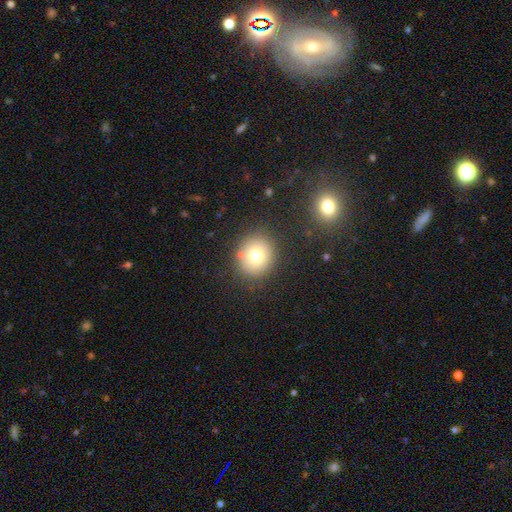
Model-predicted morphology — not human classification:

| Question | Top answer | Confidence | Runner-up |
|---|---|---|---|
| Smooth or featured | smooth | 72% | star or artifact (14%) |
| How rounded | round | 84% | in between (16%) |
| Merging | none | 83% | minor disturbance (9%) |